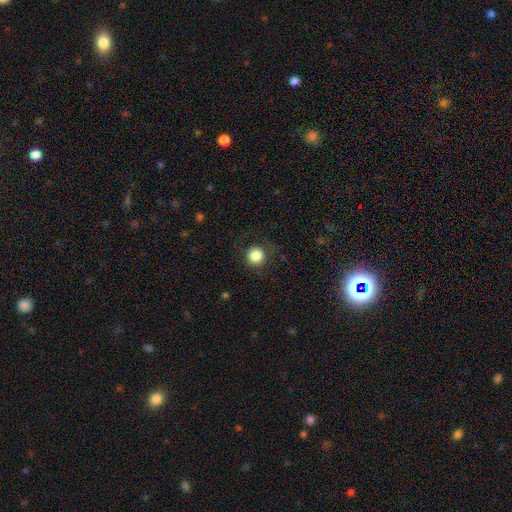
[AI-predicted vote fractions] Morphology: type=smooth (85%); roundness=round (95%); merging=none (86%).